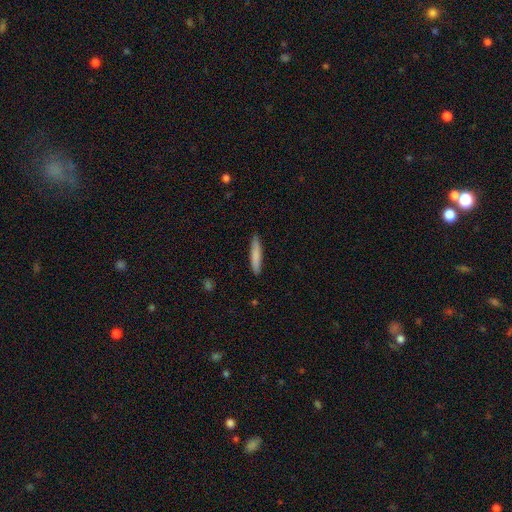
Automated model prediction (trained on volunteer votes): This is clearly a smooth galaxy (82%). How rounded: clearly cigar-shaped (92%). Merging: clearly none (89%).